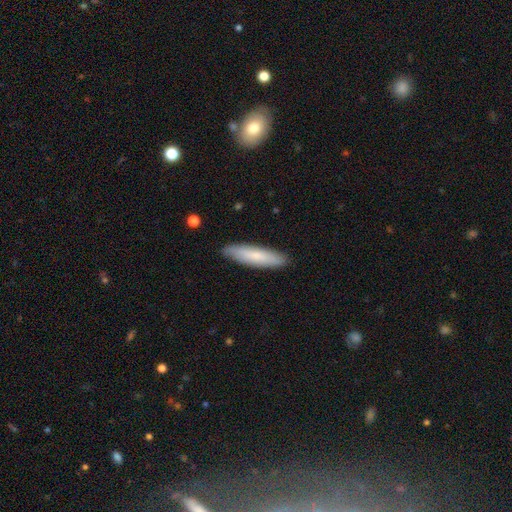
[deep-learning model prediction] Q: Smooth or featured?
A: smooth (73%); runner-up: featured or disk (21%)
Q: How rounded?
A: cigar-shaped (77%); runner-up: in between (21%)
Q: Merging?
A: none (89%); runner-up: minor disturbance (9%)